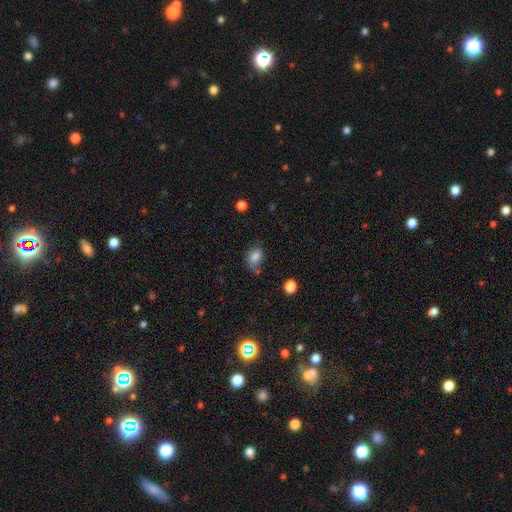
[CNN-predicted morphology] smooth_or_featured: smooth (p=0.80) [alt: star or artifact p=0.10]
how_rounded: in between (p=0.75) [alt: round p=0.24]
merging: none (p=0.51) [alt: minor disturbance p=0.28]